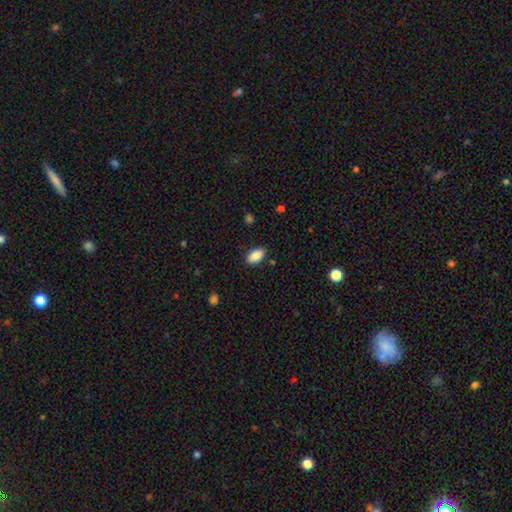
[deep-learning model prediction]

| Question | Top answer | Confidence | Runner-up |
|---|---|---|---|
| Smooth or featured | smooth | 88% | star or artifact (7%) |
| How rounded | in between | 93% | cigar-shaped (4%) |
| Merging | none | 87% | minor disturbance (10%) |